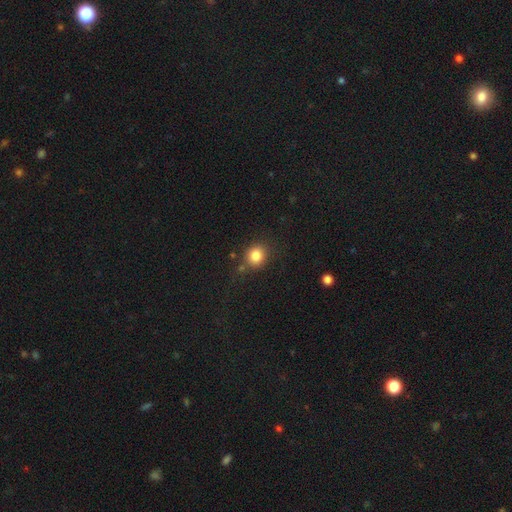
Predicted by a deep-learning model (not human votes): The model was most divided on "how rounded": round: 79%, in between: 20%, cigar-shaped: 1%. More confident: smooth or featured — smooth (83%); merging — none (77%).